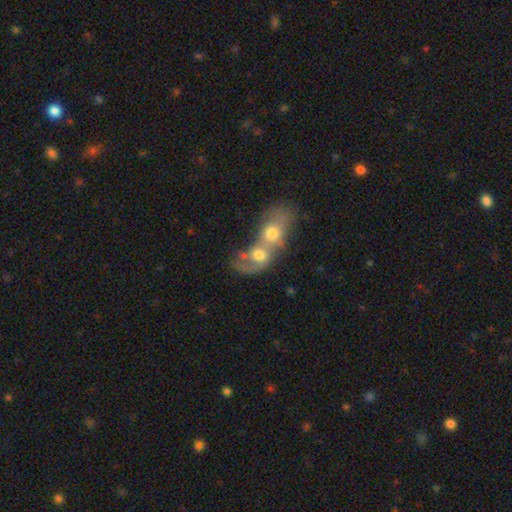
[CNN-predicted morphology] Smooth or featured? smooth (48%)
Merging? merger (85%)